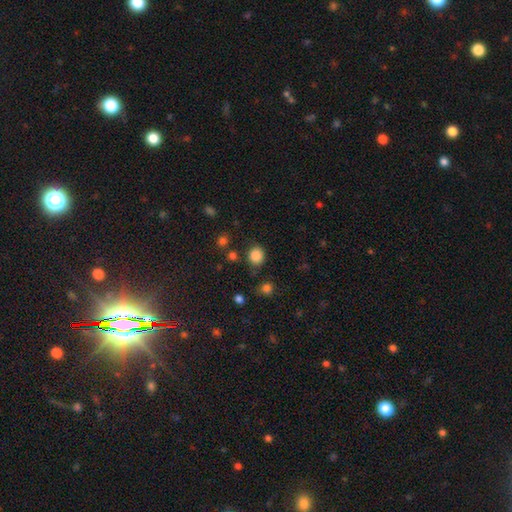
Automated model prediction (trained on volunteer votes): A smooth galaxy with no disk features (85%) that is round (76%). Merging: none (81%).